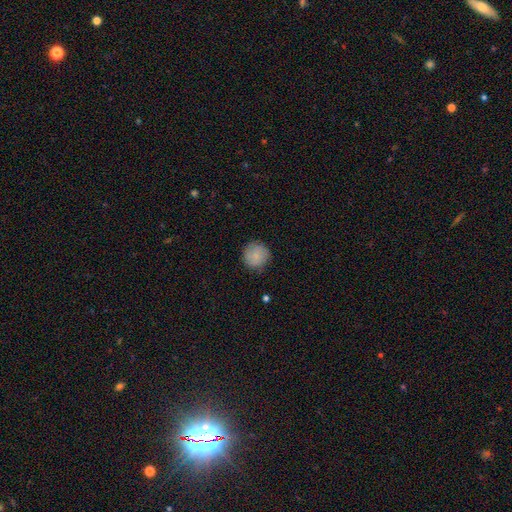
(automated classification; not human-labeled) The model was most divided on "merging": none: 85%, minor disturbance: 11%, major disturbance: 2%, merger: 1%. More confident: how rounded — round (94%); smooth or featured — smooth (86%).